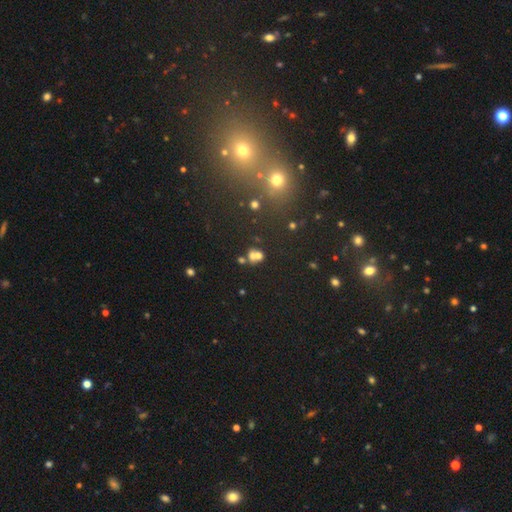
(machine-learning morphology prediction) Smooth or featured: smooth — 56% (star or artifact — 27%)
How rounded: round — 69% (in between — 29%)
Merging: merger — 46% (none — 40%)